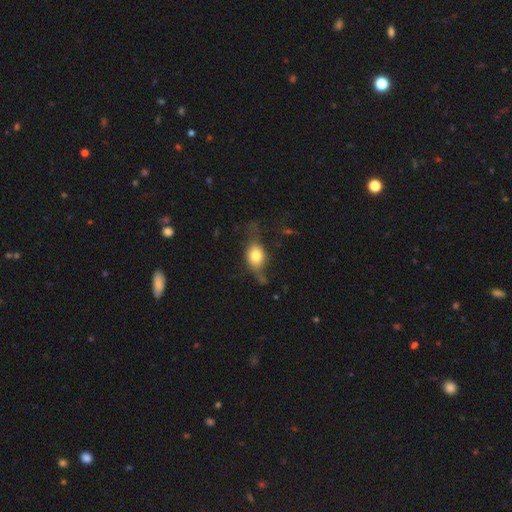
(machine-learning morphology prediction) Smooth or featured?
  - smooth: 59% *
  - featured or disk: 32%
  - star or artifact: 9%
How rounded?
  - in between: 64% *
  - round: 30%
  - cigar-shaped: 6%
Merging?
  - none: 41% *
  - minor disturbance: 29%
  - major disturbance: 26%
  - merger: 4%